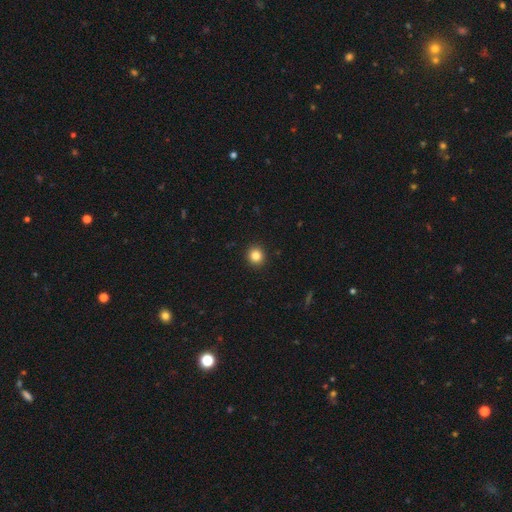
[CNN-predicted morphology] type=smooth (84%); roundness=round (90%); merging=none (93%).